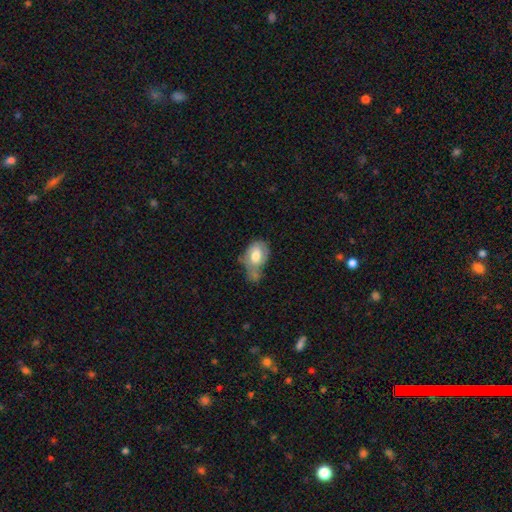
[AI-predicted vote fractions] Q: Smooth or featured?
A: smooth (67%); runner-up: featured or disk (27%)
Q: How rounded?
A: in between (80%); runner-up: round (19%)
Q: Merging?
A: minor disturbance (31%); runner-up: none (28%)